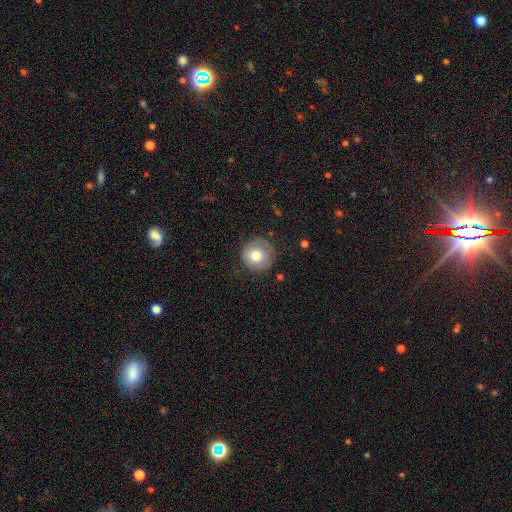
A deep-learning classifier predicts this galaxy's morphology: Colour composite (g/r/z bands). It shows a smooth galaxy with no disk features (76%) that is round (94%). Merging: none (77%).